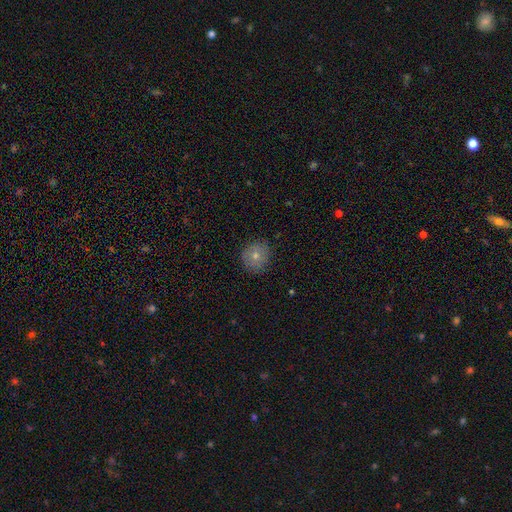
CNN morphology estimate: Smooth or featured: smooth — 72% (featured or disk — 17%)
How rounded: round — 86% (in between — 13%)
Merging: none — 84% (minor disturbance — 12%)